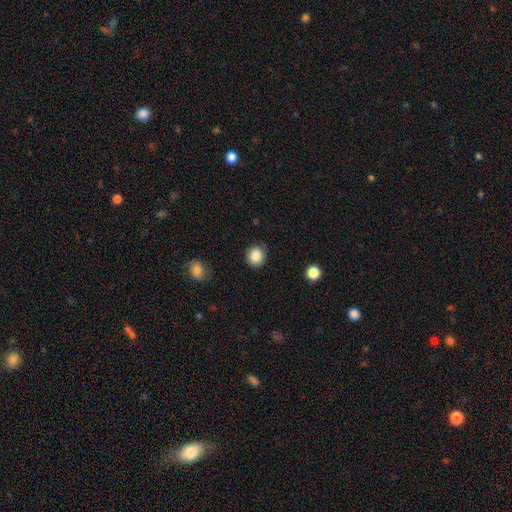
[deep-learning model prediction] smooth_or_featured: smooth (p=0.86) [alt: star or artifact p=0.09]
how_rounded: round (p=0.88) [alt: in between p=0.11]
merging: none (p=0.88) [alt: minor disturbance p=0.09]